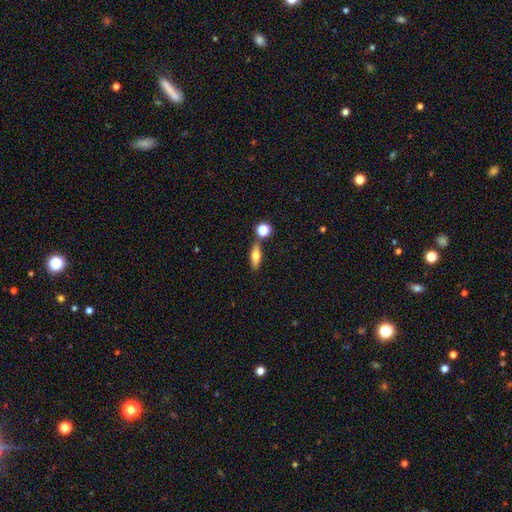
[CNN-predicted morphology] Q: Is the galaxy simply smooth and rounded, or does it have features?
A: smooth — 66%.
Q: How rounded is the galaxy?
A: in between — 57%.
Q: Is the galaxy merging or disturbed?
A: none — 73%.